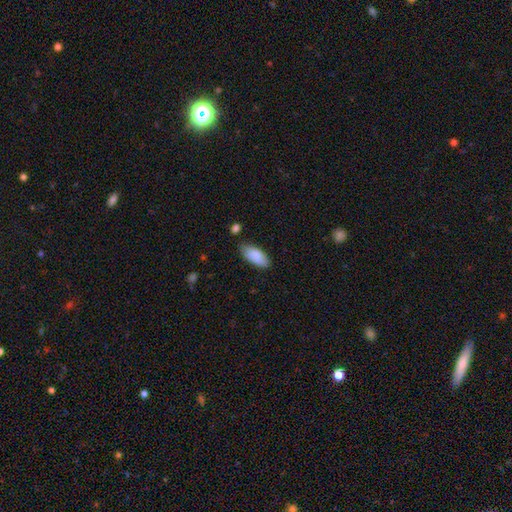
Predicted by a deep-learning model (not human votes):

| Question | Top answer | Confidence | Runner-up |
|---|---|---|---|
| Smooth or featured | smooth | 85% | featured or disk (9%) |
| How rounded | in between | 88% | cigar-shaped (10%) |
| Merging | none | 75% | minor disturbance (19%) |